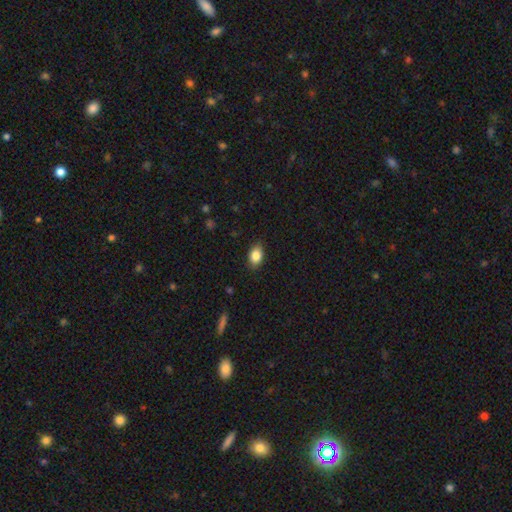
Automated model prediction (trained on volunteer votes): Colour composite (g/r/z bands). It shows a smooth galaxy with no disk features (85%) that is in between round and cigar-shaped (84%). Merging: none (86%).